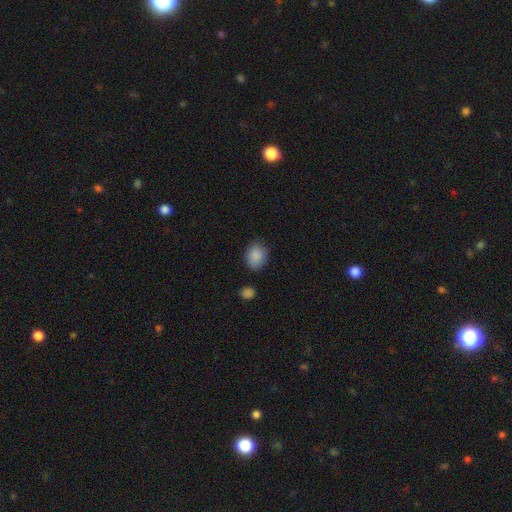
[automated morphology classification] Smooth or featured: smooth — 88% (star or artifact — 8%)
How rounded: in between — 53% (round — 46%)
Merging: none — 79% (minor disturbance — 14%)